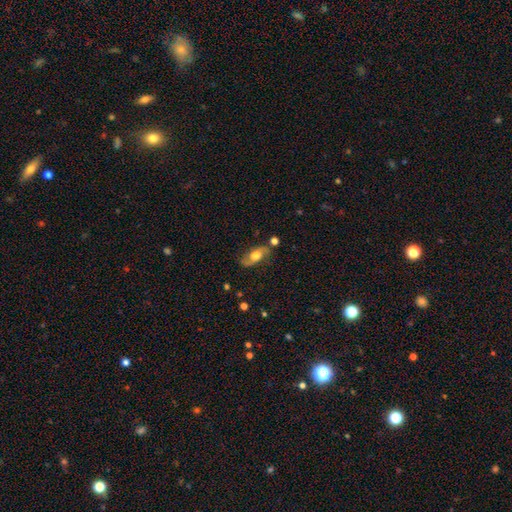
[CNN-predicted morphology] Overall: featured or disk (48%; smooth 45%). Merging: none (73%).